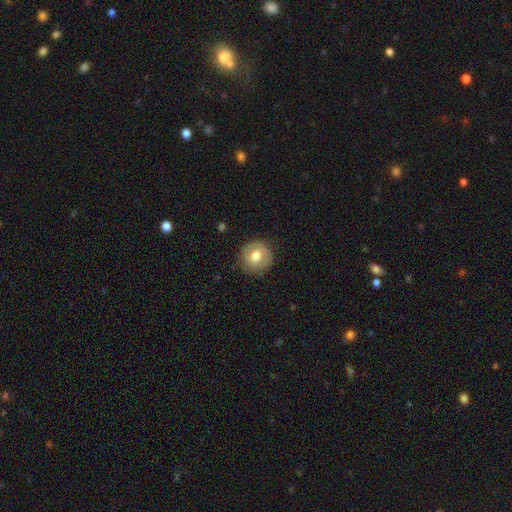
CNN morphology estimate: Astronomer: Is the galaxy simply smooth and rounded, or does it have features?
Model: smooth — 62%.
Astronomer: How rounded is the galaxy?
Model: round — 90%.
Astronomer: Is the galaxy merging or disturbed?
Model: none — 82%.